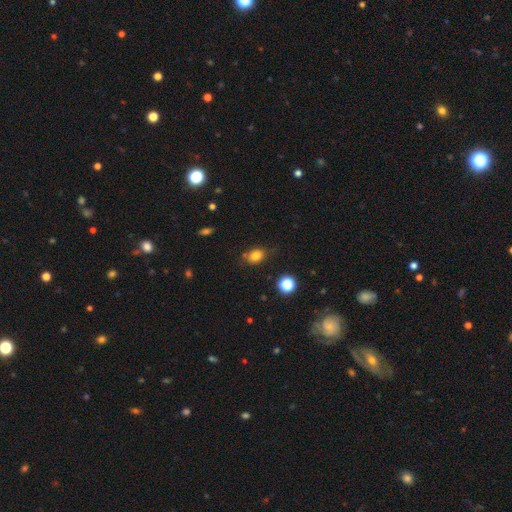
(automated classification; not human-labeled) Morphology: type=smooth (80%); roundness=in between (63%); merging=none (73%).